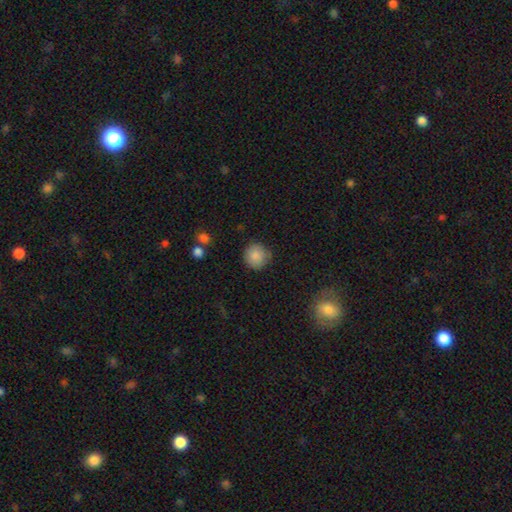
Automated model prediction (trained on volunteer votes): Smooth or featured? smooth (86%)
How rounded? round (93%)
Merging? none (83%)